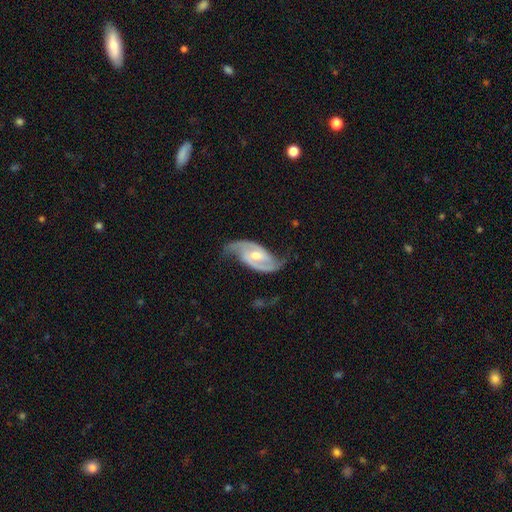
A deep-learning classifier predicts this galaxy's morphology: This appears to be a featured or disk galaxy (91%) with a weak bar (44%), 2 (93%) medium (51%) spiral arms (98%) and a moderate central bulge (59%). Merging: none (76%).